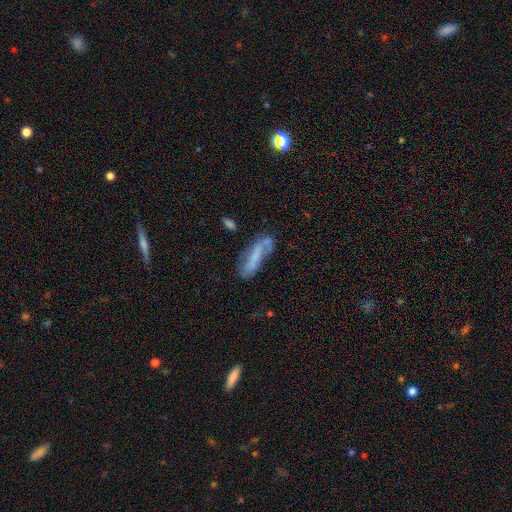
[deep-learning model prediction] Smooth or featured?
  - smooth: 52% *
  - featured or disk: 38%
  - star or artifact: 10%
How rounded?
  - cigar-shaped: 65% *
  - in between: 33%
  - round: 2%
Merging?
  - none: 48% *
  - minor disturbance: 26%
  - major disturbance: 14%
  - merger: 12%